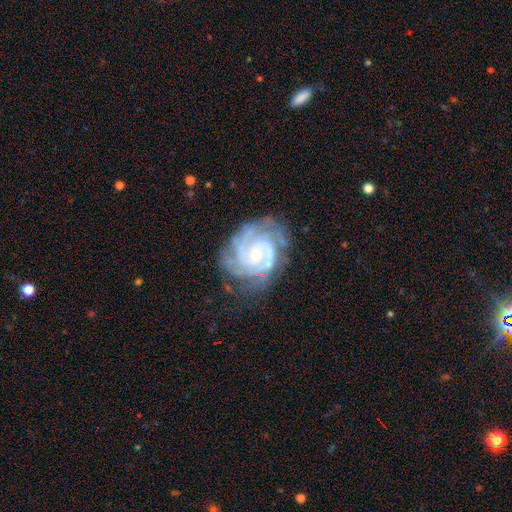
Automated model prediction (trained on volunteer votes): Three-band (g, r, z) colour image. It shows a featured or disk galaxy (88%) with no bar (64%), 2 (29%) tight (64%) spiral arms (97%) and a small central bulge (63%). Merging: none (69%).